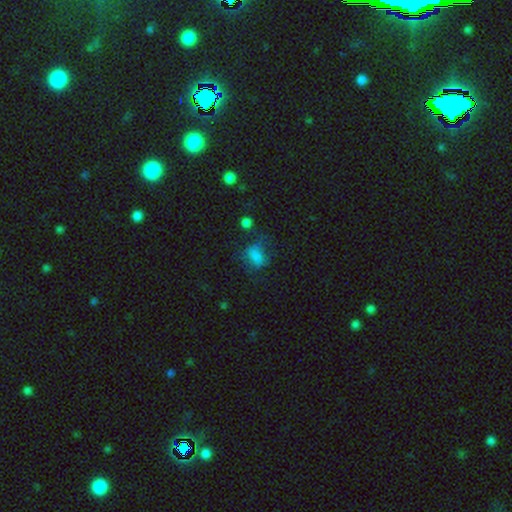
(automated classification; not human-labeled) The model was most divided on "merging": none: 43%, minor disturbance: 27%, major disturbance: 26%, merger: 4%. More confident: how rounded — in between (71%); smooth or featured — smooth (68%).